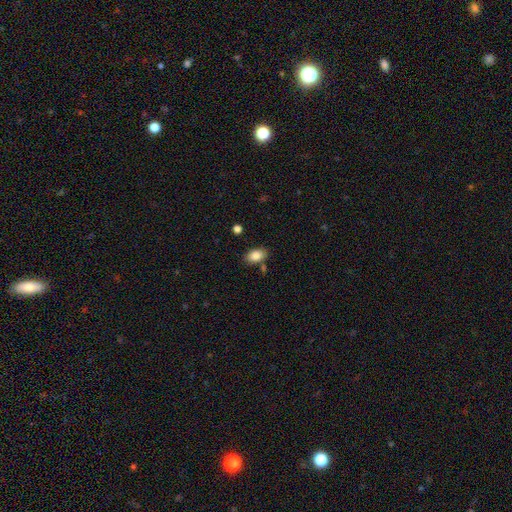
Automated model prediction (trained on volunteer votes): Smooth or featured?
  - smooth: 85% *
  - star or artifact: 8%
  - featured or disk: 7%
How rounded?
  - in between: 89% *
  - round: 9%
  - cigar-shaped: 2%
Merging?
  - none: 80% *
  - minor disturbance: 12%
  - merger: 6%
  - major disturbance: 3%